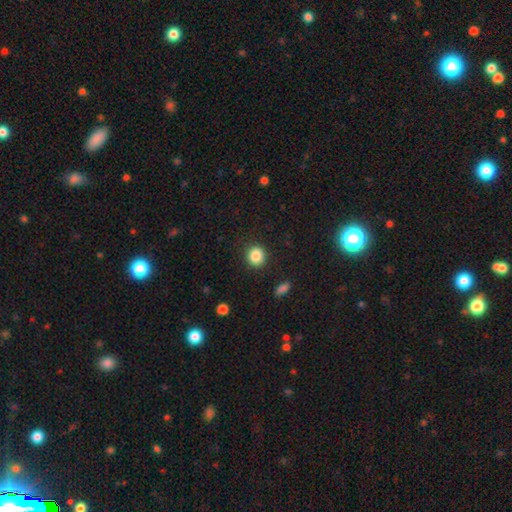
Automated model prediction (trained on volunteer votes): The model was most divided on "how rounded": round: 83%, in between: 16%, cigar-shaped: 1%. More confident: merging — none (88%); smooth or featured — smooth (86%).